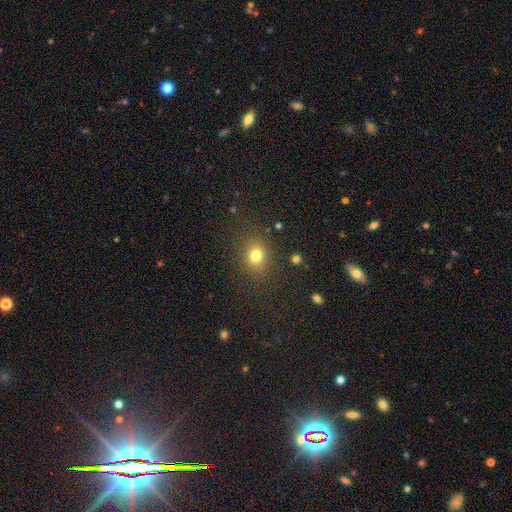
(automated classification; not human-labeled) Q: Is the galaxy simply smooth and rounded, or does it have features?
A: smooth — 77%.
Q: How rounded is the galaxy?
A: round — 59%.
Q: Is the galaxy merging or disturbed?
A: none — 83%.